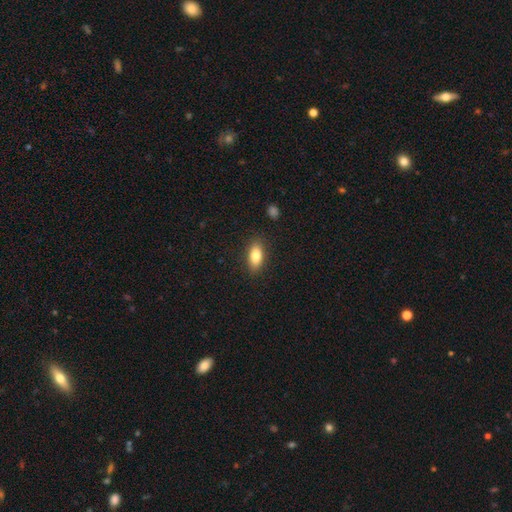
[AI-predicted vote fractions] smooth_or_featured: smooth (p=0.81) [alt: featured or disk p=0.11]
how_rounded: in between (p=0.84) [alt: cigar-shaped p=0.12]
merging: none (p=0.87) [alt: minor disturbance p=0.09]